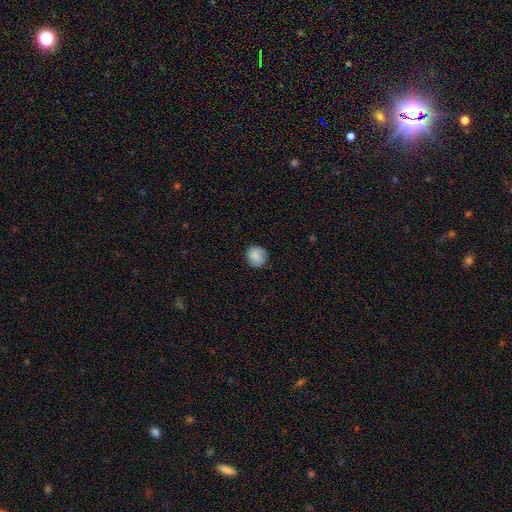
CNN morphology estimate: A smooth galaxy with no disk features (86%) that is round (90%).

Vote fractions:
- Smooth or featured? smooth: 86% / star or artifact: 7% / featured or disk: 7%
- How rounded? round: 90% / in between: 9% / cigar-shaped: 1%
- Merging? none: 84% / minor disturbance: 12% / major disturbance: 3% / merger: 1%